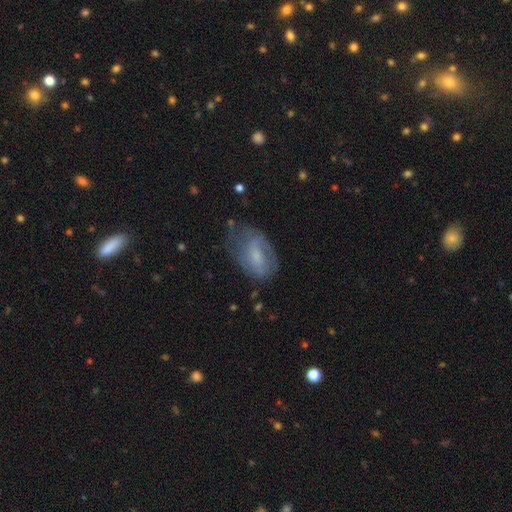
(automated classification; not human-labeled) This appears to be a featured or disk galaxy (48%). Merging: none (48%).